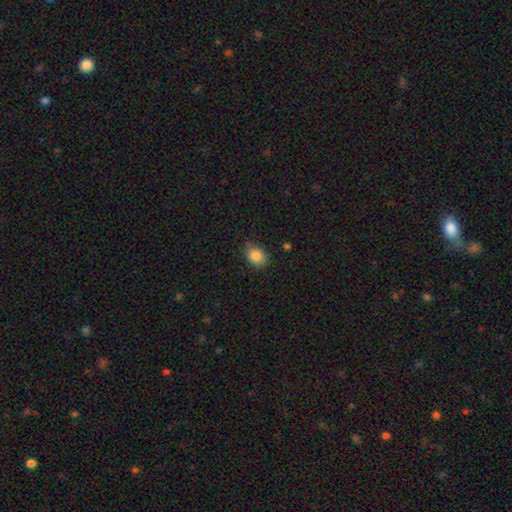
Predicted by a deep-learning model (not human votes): Smooth or featured: smooth — 87% (star or artifact — 9%)
How rounded: in between — 66% (round — 33%)
Merging: none — 77% (minor disturbance — 18%)